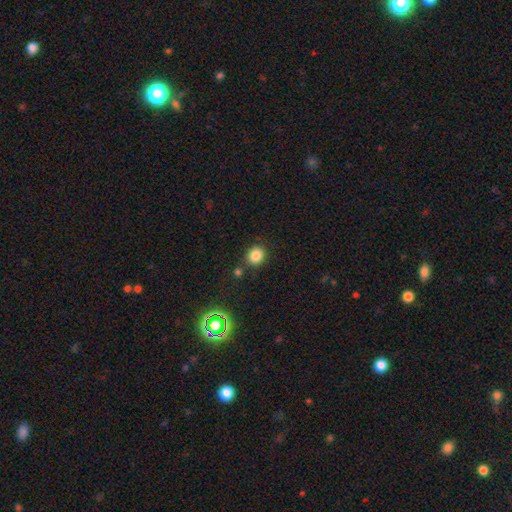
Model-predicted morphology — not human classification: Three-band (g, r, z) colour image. It shows a smooth galaxy with no disk features (83%) that is round (70%). Merging: none (79%).